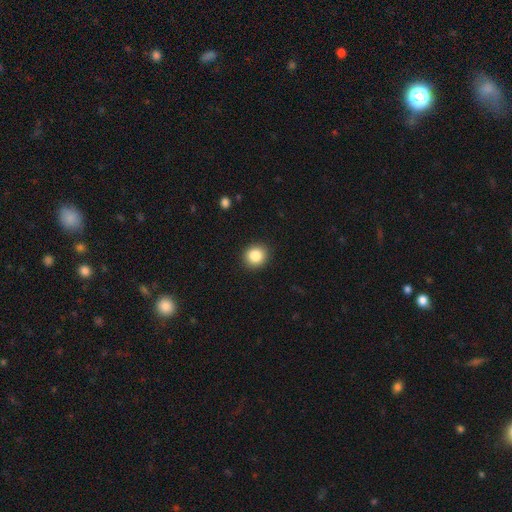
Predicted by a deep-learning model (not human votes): Smooth or featured? Predicted: smooth (p=0.86). How rounded? Predicted: round (p=0.86). Merging? Predicted: none (p=0.91).